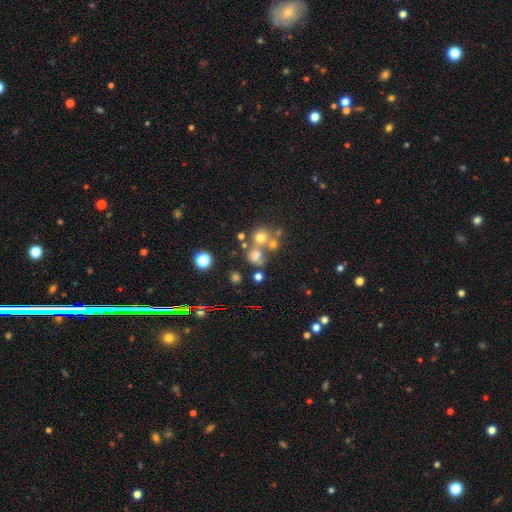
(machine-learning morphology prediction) Q: Smooth or featured?
A: smooth (60%); runner-up: star or artifact (24%)
Q: How rounded?
A: round (77%); runner-up: in between (22%)
Q: Merging?
A: none (45%); runner-up: merger (38%)